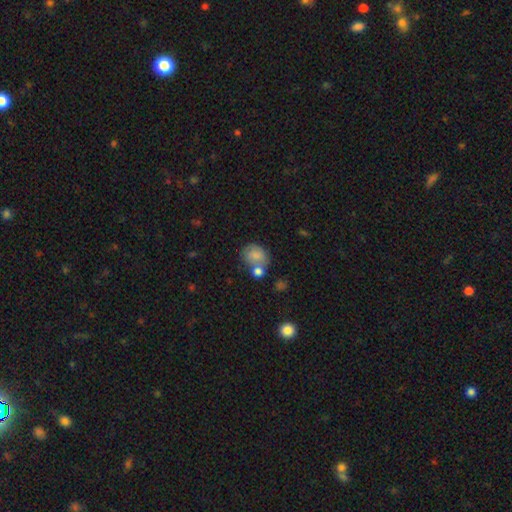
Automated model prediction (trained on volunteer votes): Smooth or featured? smooth (79%)
How rounded? round (58%)
Merging? none (43%)